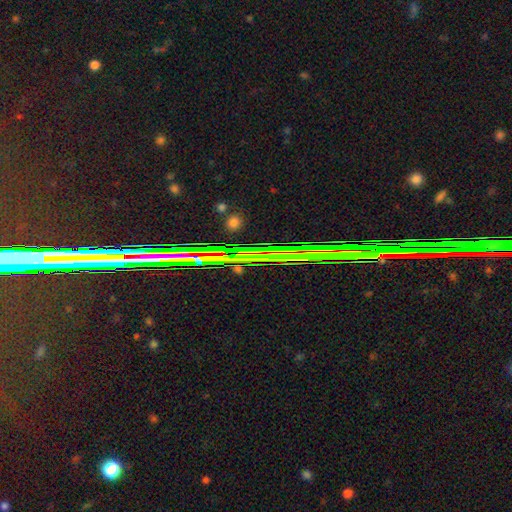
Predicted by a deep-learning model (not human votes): Morphology: type=star or artifact (77%).